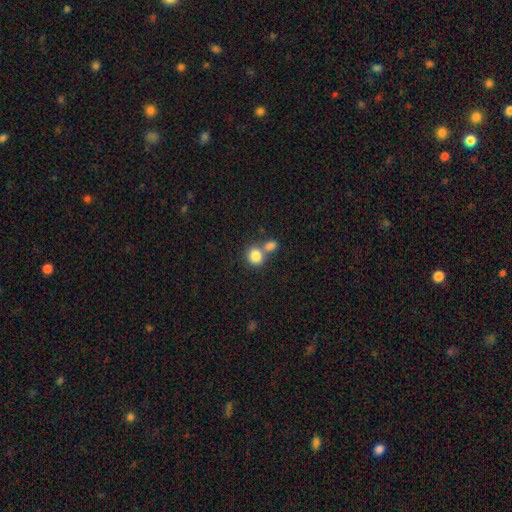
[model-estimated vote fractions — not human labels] smooth-or-featured: smooth: 83% | star or artifact: 9% | featured or disk: 7%
  how-rounded: round: 77% | in between: 22% | cigar-shaped: 1%
  merging: merger: 44% (tied) | none: 44% (tied) | minor disturbance: 8% | major disturbance: 3%